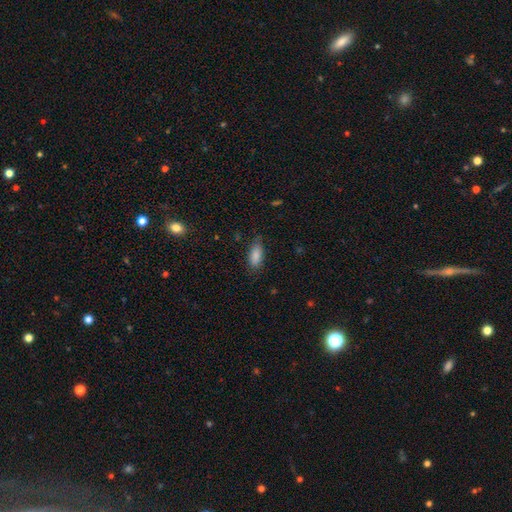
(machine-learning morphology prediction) smooth 86%, featured or disk 7%, star or artifact 7%. Down the decision tree: how rounded — in between (83%); merging — none (74%).